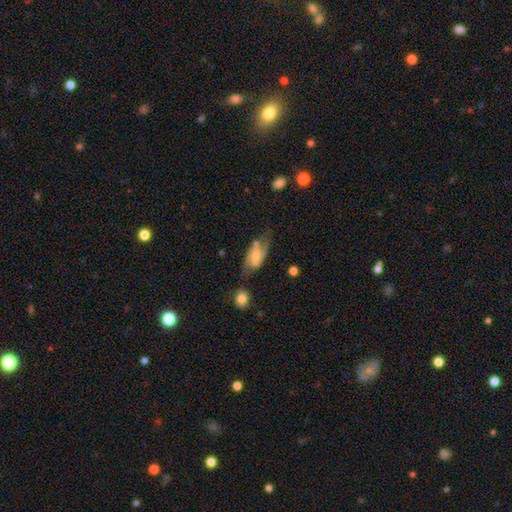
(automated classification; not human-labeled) Smooth or featured? featured or disk (59%)
Edge-on disk? no (92%)
Bar? no (46%)
Spiral arms? yes (85%)
Bulge size? small (51%)
Merging? none (51%)